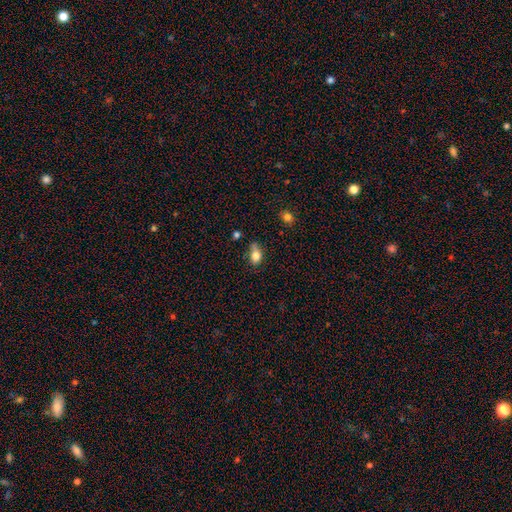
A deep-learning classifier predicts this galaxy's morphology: Overall: smooth (79%). How rounded: in between (75%). Merging: none (41%; minor disturbance 37%).